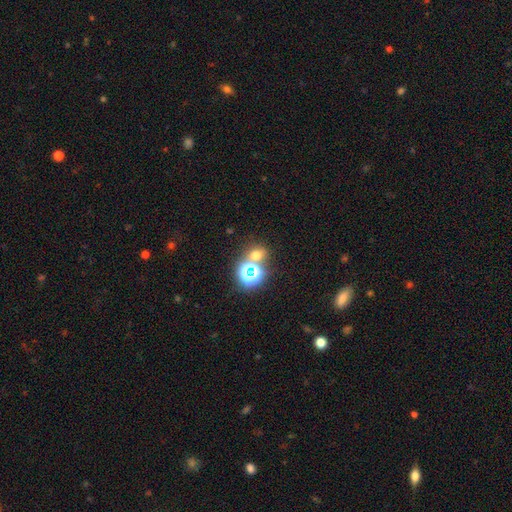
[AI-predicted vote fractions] smooth_or_featured: smooth (p=0.53) [alt: star or artifact p=0.38]
how_rounded: round (p=0.73) [alt: in between p=0.26]
merging: none (p=0.61) [alt: merger p=0.27]